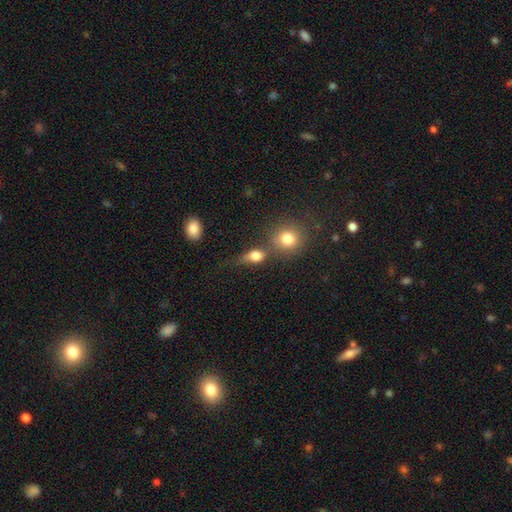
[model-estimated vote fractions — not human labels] This is likely a smooth galaxy (73%). How rounded: possibly in between (49%). Merging: marginally none (42%).